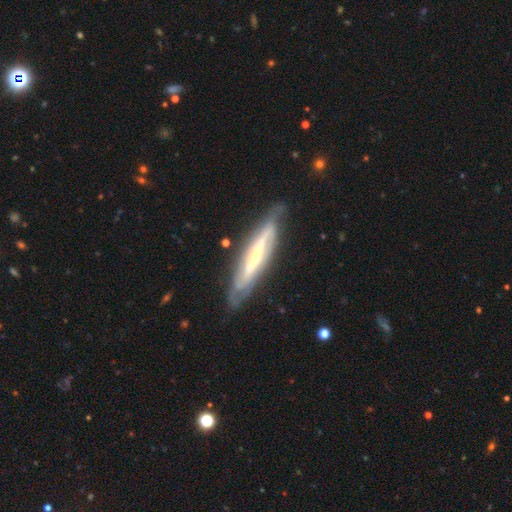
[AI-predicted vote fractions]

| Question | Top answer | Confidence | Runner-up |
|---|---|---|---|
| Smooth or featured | featured or disk | 74% | smooth (20%) |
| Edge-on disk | yes | 59% | no (41%) |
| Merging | none | 72% | minor disturbance (20%) |